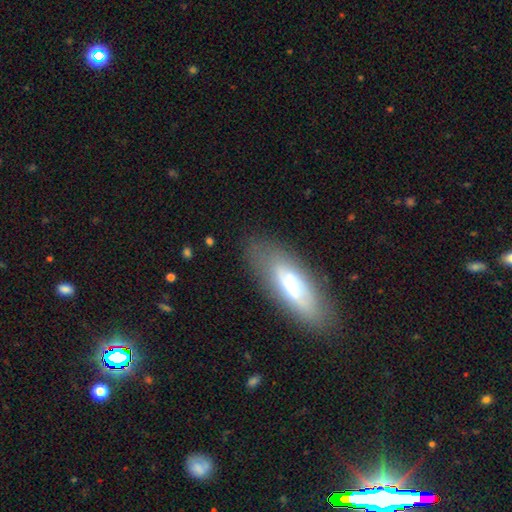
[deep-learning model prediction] A smooth galaxy with no disk features (61%) that is in between round and cigar-shaped (56%).

Vote fractions:
- Smooth or featured? smooth: 61% / featured or disk: 30% / star or artifact: 9%
- How rounded? in between: 56% / cigar-shaped: 42% / round: 2%
- Merging? none: 81% / minor disturbance: 14% / major disturbance: 4% / merger: 2%